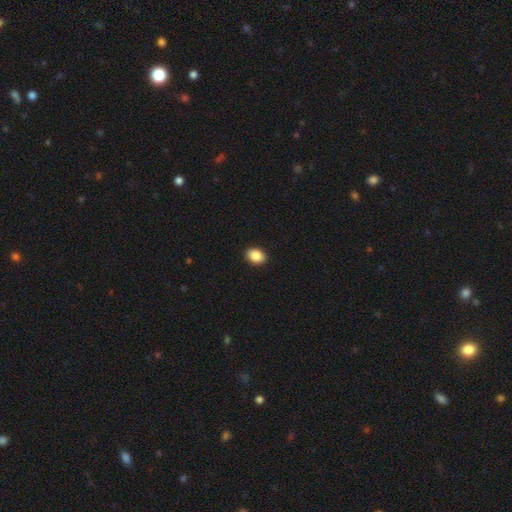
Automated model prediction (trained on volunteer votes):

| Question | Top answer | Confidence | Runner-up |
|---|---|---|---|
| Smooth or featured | smooth | 88% | star or artifact (8%) |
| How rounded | in between | 68% | round (31%) |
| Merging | none | 91% | minor disturbance (6%) |